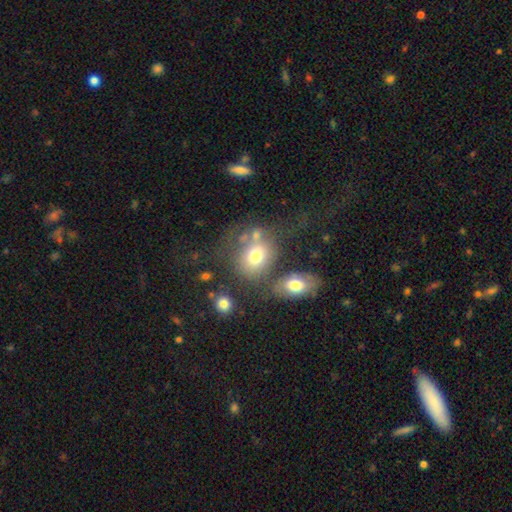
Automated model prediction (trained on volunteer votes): Overall: smooth (70%). How rounded: round (52%; in between 46%). Merging: none (44%; merger 26%).